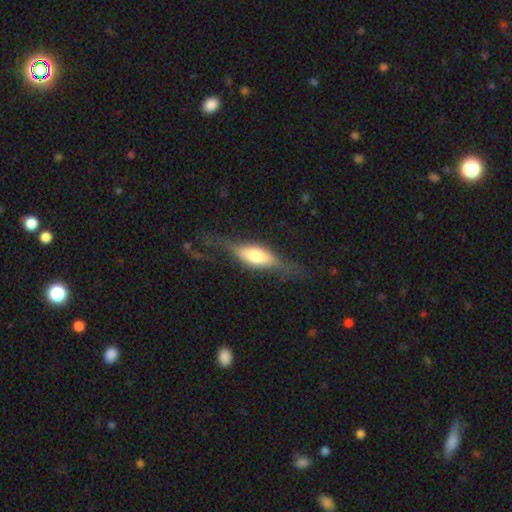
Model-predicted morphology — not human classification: The model was most divided on "smooth or featured": featured or disk: 52%, smooth: 42%, star or artifact: 7%. More confident: edge-on disk — yes (81%); merging — none (62%).